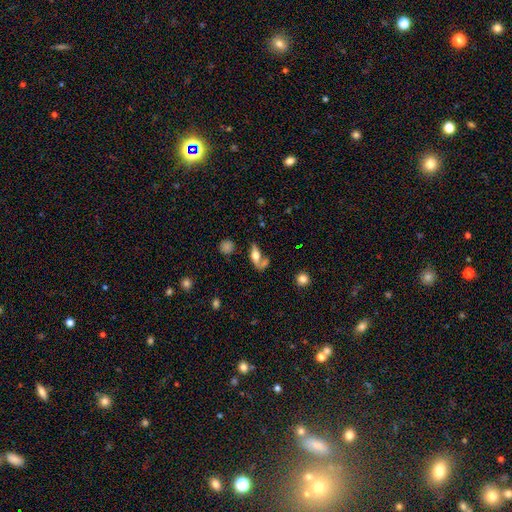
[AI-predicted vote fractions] Smooth or featured? Predicted: smooth (p=0.52). How rounded? Predicted: in between (p=0.69). Merging? Predicted: none (p=0.36).